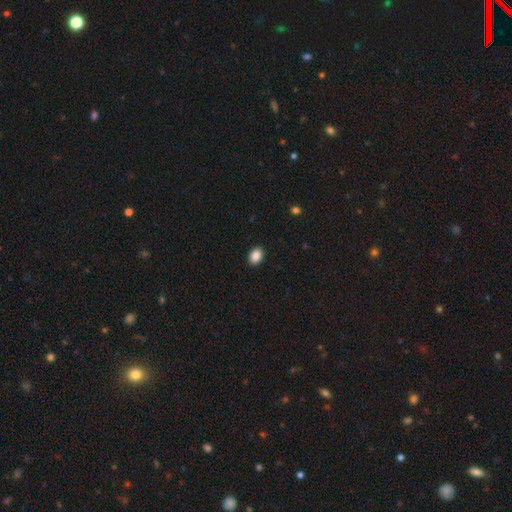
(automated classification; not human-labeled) smooth-or-featured: smooth: 88% | star or artifact: 9% | featured or disk: 4%
  how-rounded: in between: 73% | round: 26% | cigar-shaped: 1%
  merging: none: 91% | minor disturbance: 6% | major disturbance: 2% | merger: 1%